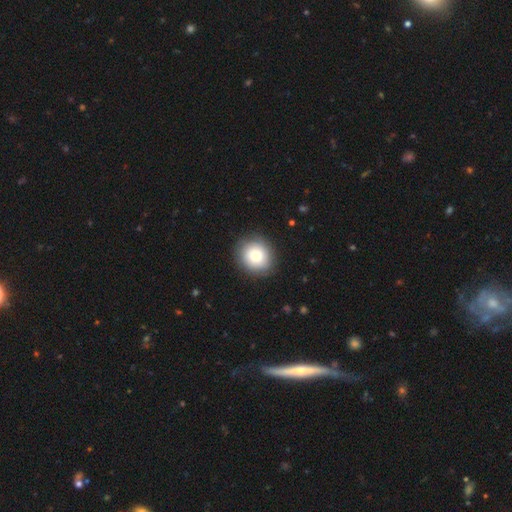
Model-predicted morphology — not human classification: This appears to be a smooth galaxy with no disk features (80%) that is round (86%). Merging: none (88%).